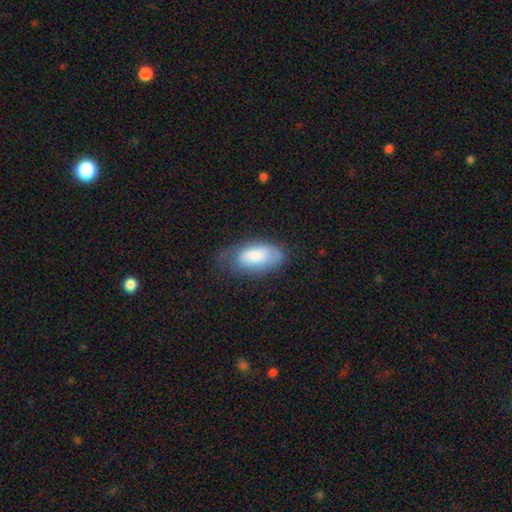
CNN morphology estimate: This appears to be a smooth galaxy with no disk features (76%) that is in between round and cigar-shaped (93%). Merging: none (46%).